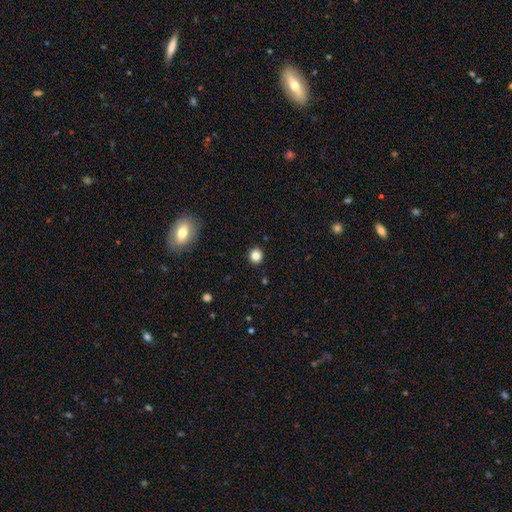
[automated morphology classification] A smooth galaxy with no disk features (83%) that is round (87%).

Vote fractions:
- Smooth or featured? smooth: 83% / star or artifact: 12% / featured or disk: 5%
- How rounded? round: 87% / in between: 12% / cigar-shaped: 1%
- Merging? none: 91% / minor disturbance: 6% / major disturbance: 2% / merger: 1%